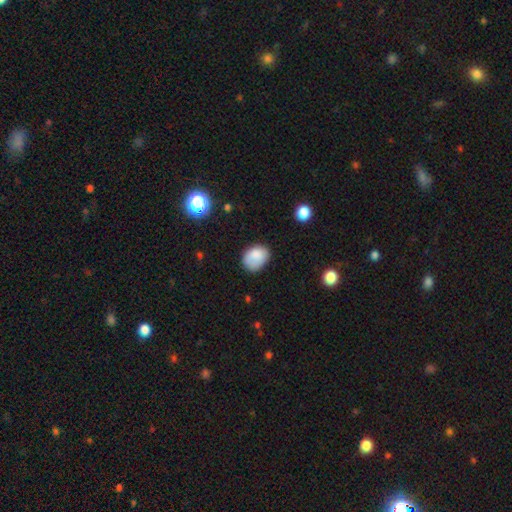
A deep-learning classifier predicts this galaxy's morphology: Q: Smooth or featured?
A: smooth (83%); runner-up: star or artifact (9%)
Q: How rounded?
A: in between (69%); runner-up: round (31%)
Q: Merging?
A: none (65%); runner-up: minor disturbance (25%)